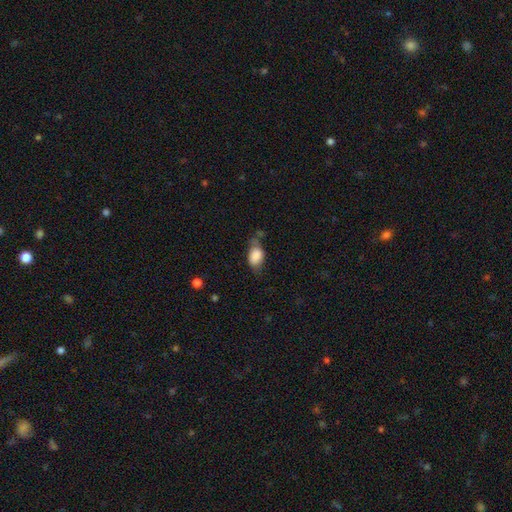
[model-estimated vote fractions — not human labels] Smooth or featured?
  - smooth: 83% *
  - featured or disk: 10%
  - star or artifact: 7%
How rounded?
  - in between: 87% *
  - round: 10%
  - cigar-shaped: 2%
Merging?
  - none: 45% *
  - minor disturbance: 33%
  - major disturbance: 15%
  - merger: 6%